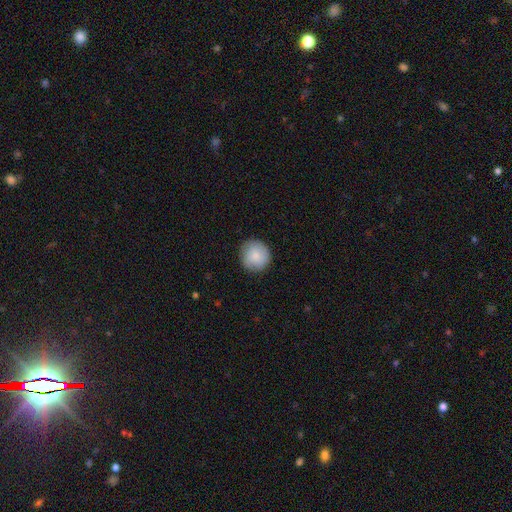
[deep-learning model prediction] Q: Smooth or featured?
A: smooth (79%); runner-up: featured or disk (15%)
Q: How rounded?
A: round (94%); runner-up: in between (5%)
Q: Merging?
A: none (87%); runner-up: minor disturbance (10%)